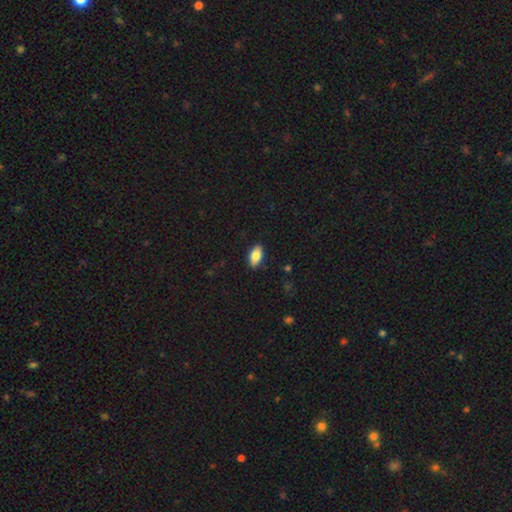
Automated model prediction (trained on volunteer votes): Smooth or featured? smooth (81%)
How rounded? in between (91%)
Merging? none (88%)